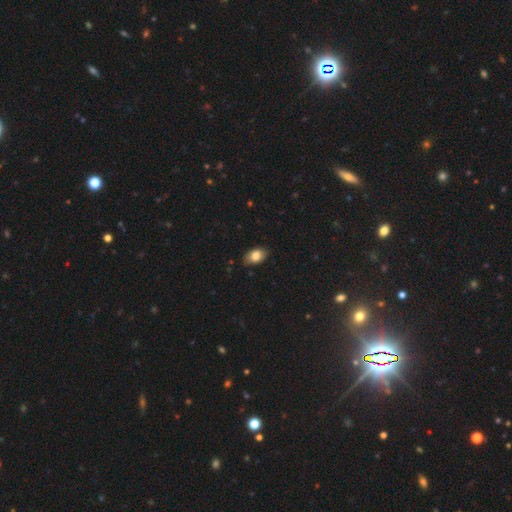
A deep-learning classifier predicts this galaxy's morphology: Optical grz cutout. It shows a smooth galaxy with no disk features (83%) that is in between round and cigar-shaped (88%). Merging: none (81%).